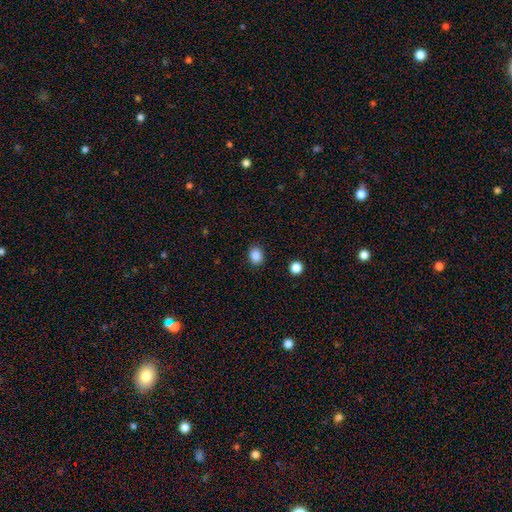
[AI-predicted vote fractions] Smooth or featured?
  - smooth: 87% *
  - star or artifact: 10%
  - featured or disk: 3%
How rounded?
  - in between: 57% *
  - round: 42%
  - cigar-shaped: 1%
Merging?
  - none: 88% *
  - minor disturbance: 8%
  - major disturbance: 2%
  - merger: 1%